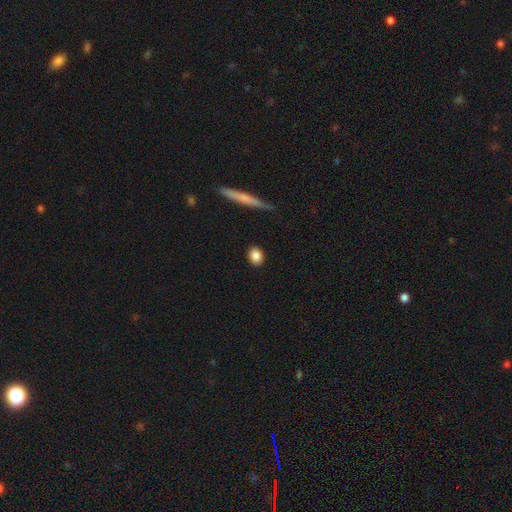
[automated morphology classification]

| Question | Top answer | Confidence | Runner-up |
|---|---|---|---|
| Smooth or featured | smooth | 86% | star or artifact (8%) |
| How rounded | in between | 52% | round (45%) |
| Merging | none | 89% | minor disturbance (7%) |